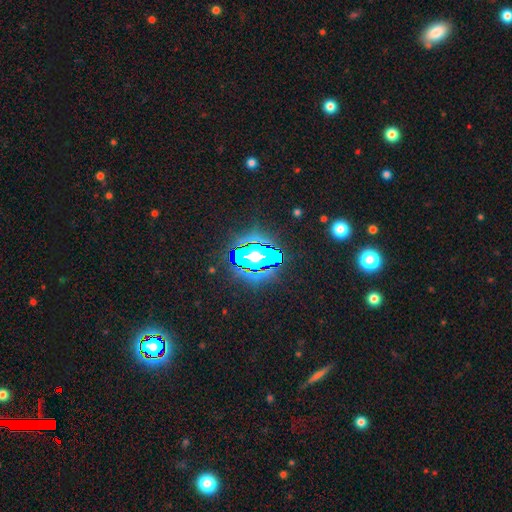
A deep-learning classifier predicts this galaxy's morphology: A star or artifact, not a galaxy (71%).